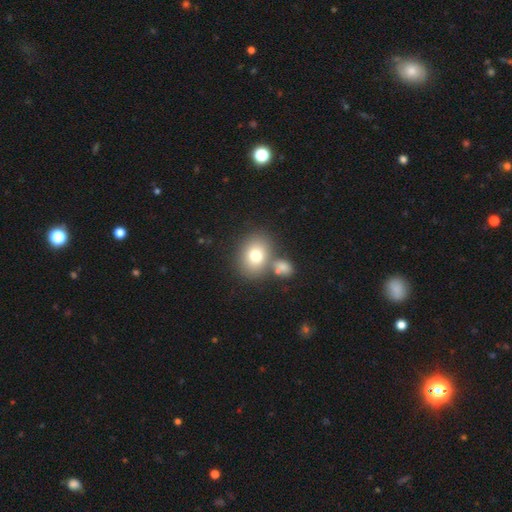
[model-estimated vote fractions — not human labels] Smooth or featured? smooth (76%)
How rounded? in between (55%)
Merging? none (61%)